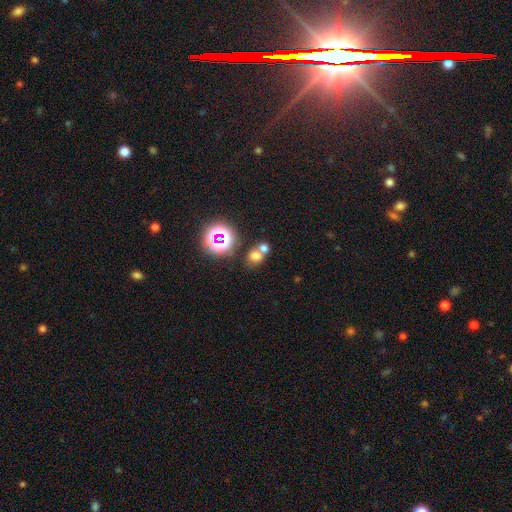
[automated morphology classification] Overall: smooth (64%; star or artifact 26%). How rounded: round (61%; in between 38%). Merging: none (44%, tied with merger).